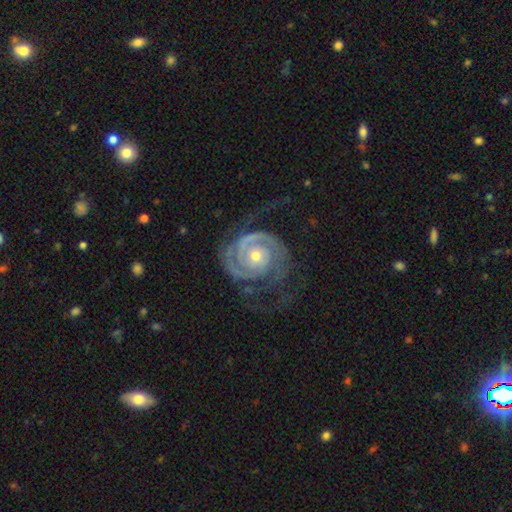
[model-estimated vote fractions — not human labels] Smooth or featured? Predicted: featured or disk (p=0.93). Edge-on disk? Predicted: no (p=0.98). Bar? Predicted: no (p=0.73). Spiral arms? Predicted: yes (p=0.98). Spiral winding? Predicted: tight (p=0.73). Spiral arm count? Predicted: 2 (p=0.71). Bulge size? Predicted: moderate (p=0.50). Merging? Predicted: none (p=0.66).